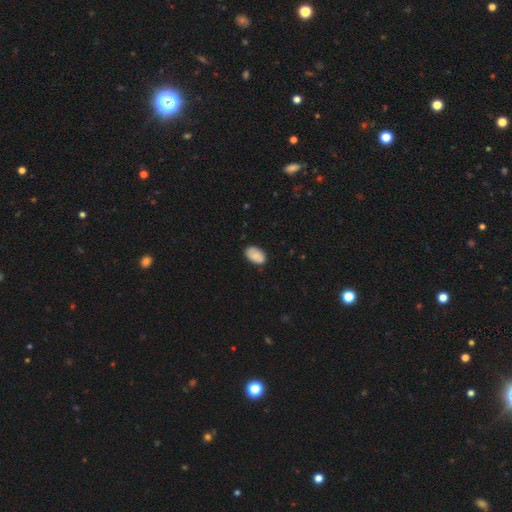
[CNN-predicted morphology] smooth 82%, featured or disk 11%, star or artifact 7%. Down the decision tree: how rounded — in between (92%); merging — none (77%).